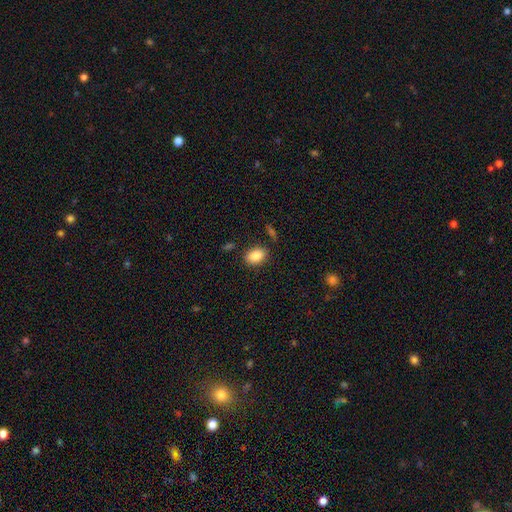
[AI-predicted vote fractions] smooth-or-featured: smooth: 87% | star or artifact: 8% | featured or disk: 5%
  how-rounded: in between: 82% | round: 16% | cigar-shaped: 1%
  merging: none: 83% | minor disturbance: 11% | major disturbance: 3% | merger: 3%